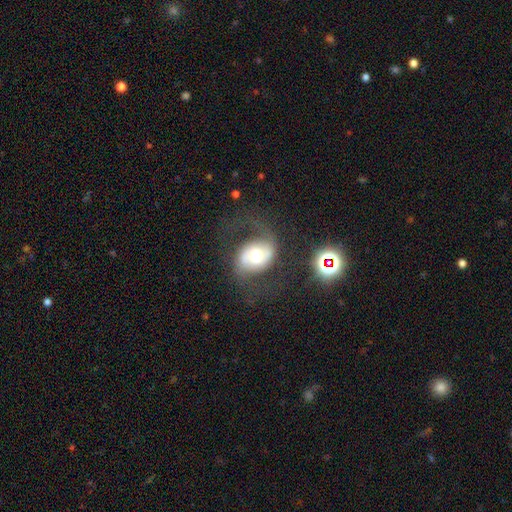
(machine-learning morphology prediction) A featured or disk galaxy (66%) with no bar (52%), 2 (85%) loose (56%) spiral arms (82%) and a moderate central bulge (66%). Merging: none (58%).